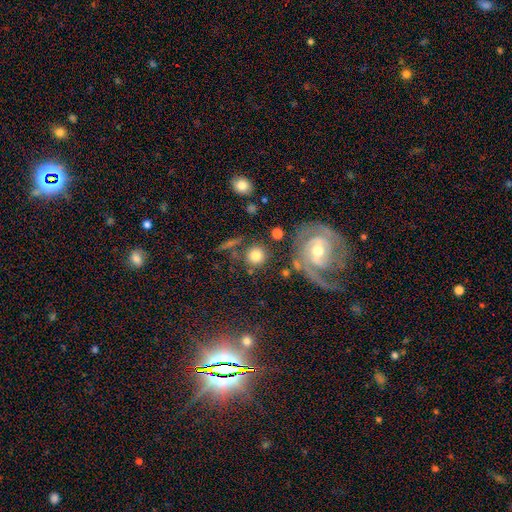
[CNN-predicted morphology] Smooth or featured? smooth (75%)
How rounded? round (92%)
Merging? none (75%)